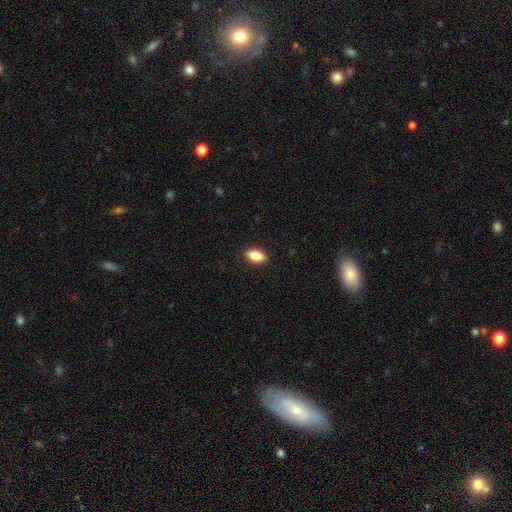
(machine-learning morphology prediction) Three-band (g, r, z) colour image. It shows a smooth galaxy with no disk features (82%) that is in between round and cigar-shaped (88%). Merging: none (88%).